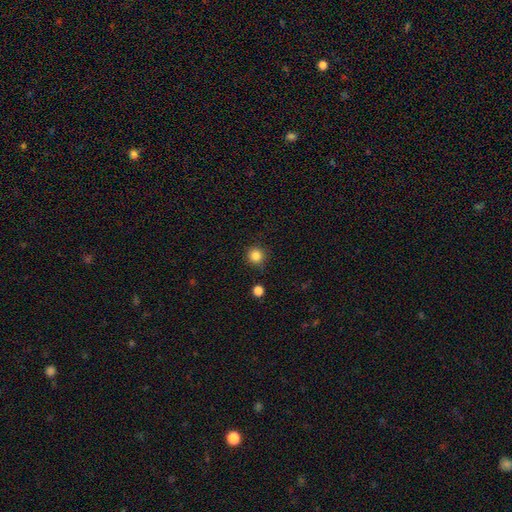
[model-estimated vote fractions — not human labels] Q: Smooth or featured?
A: smooth (85%); runner-up: star or artifact (11%)
Q: How rounded?
A: round (95%); runner-up: in between (4%)
Q: Merging?
A: none (87%); runner-up: minor disturbance (8%)